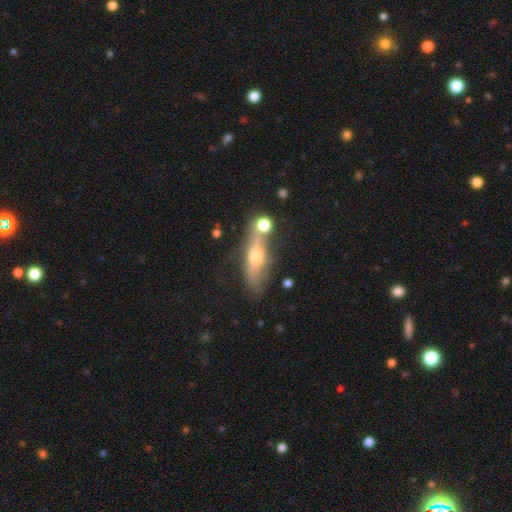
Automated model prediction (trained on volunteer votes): smooth_or_featured: featured or disk (p=0.50) [alt: smooth p=0.39]
merging: none (p=0.57) [alt: minor disturbance p=0.19]